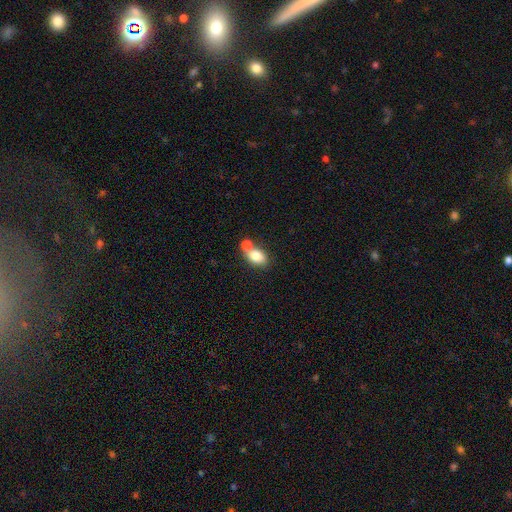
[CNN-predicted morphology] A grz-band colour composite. It shows a smooth galaxy with no disk features (80%) that is in between round and cigar-shaped (77%). Merging: none (44%).